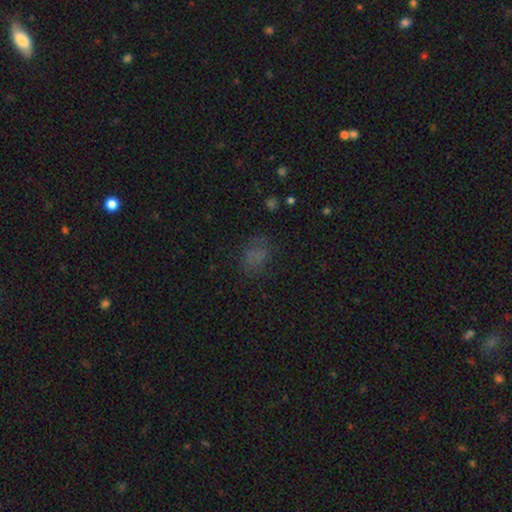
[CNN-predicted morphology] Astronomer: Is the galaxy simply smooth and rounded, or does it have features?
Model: smooth — 61%.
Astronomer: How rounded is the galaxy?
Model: in between — 71%.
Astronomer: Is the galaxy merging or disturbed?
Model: none — 62%.